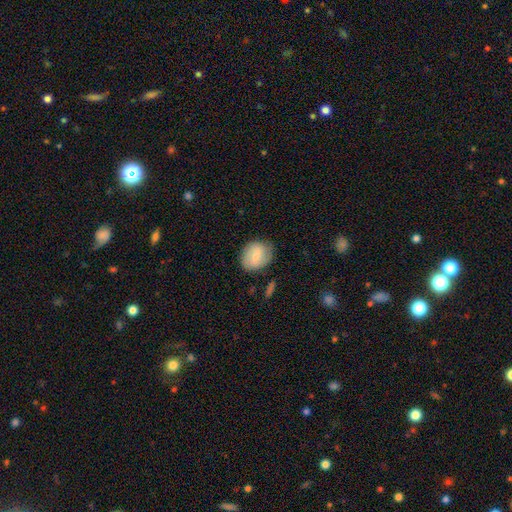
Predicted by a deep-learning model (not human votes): Morphology: type=smooth (68%); roundness=round (53%); merging=none (74%).